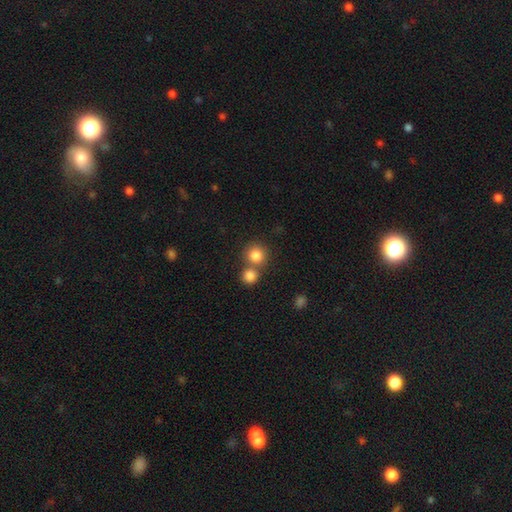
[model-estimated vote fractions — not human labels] Morphology: type=smooth (82%); roundness=round (90%); merging=none (58%).